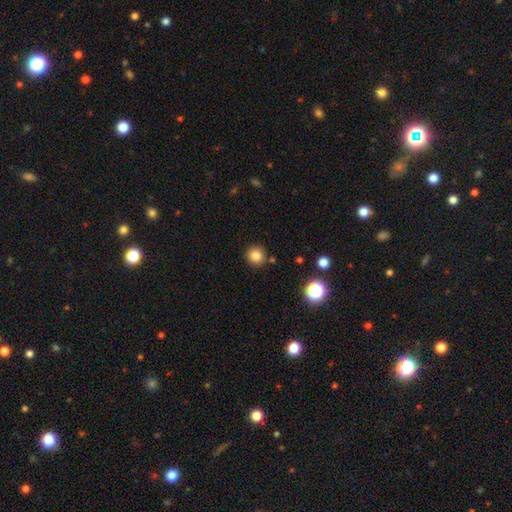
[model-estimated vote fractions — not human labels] A smooth galaxy with no disk features (83%) that is round (93%).

Vote fractions:
- Smooth or featured? smooth: 83% / star or artifact: 12% / featured or disk: 5%
- How rounded? round: 93% / in between: 6% / cigar-shaped: 1%
- Merging? none: 87% / minor disturbance: 7% / merger: 3% / major disturbance: 2%